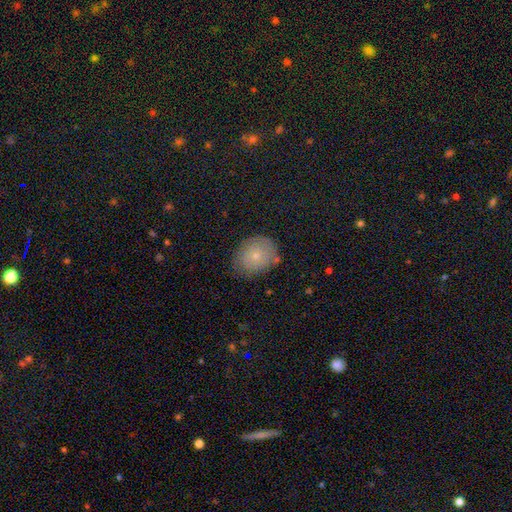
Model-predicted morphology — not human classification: smooth-or-featured: smooth: 69% | featured or disk: 22% | star or artifact: 10%
  how-rounded: round: 62% | in between: 37% | cigar-shaped: 1%
  merging: none: 72% | minor disturbance: 21% | major disturbance: 5% | merger: 2%